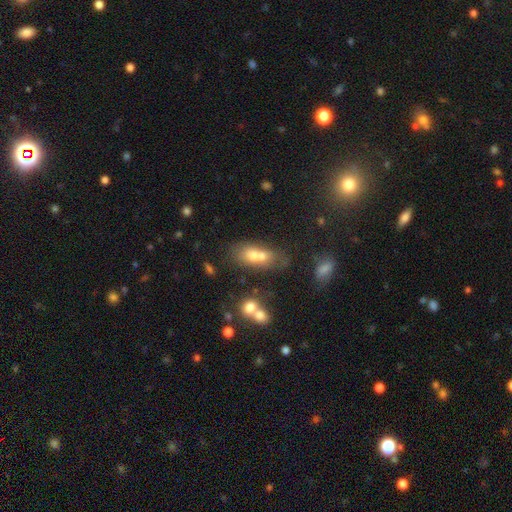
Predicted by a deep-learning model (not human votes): A smooth galaxy with no disk features (63%) that is in between round and cigar-shaped (70%).

Vote fractions:
- Smooth or featured? smooth: 63% / featured or disk: 26% / star or artifact: 12%
- How rounded? in between: 70% / round: 22% / cigar-shaped: 8%
- Merging? merger: 63% / none: 22% / minor disturbance: 9% / major disturbance: 6%